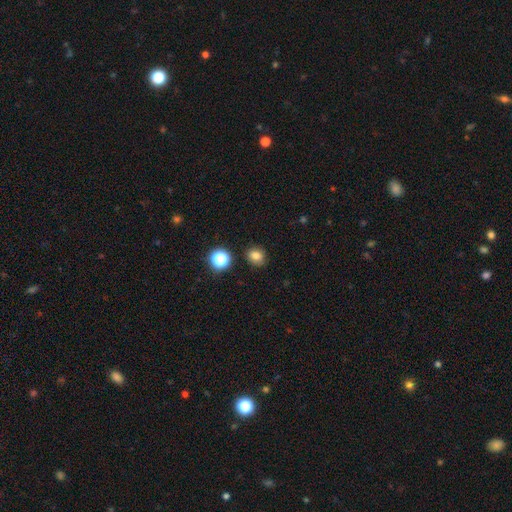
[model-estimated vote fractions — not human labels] A smooth galaxy with no disk features (78%) that is round (73%).

Vote fractions:
- Smooth or featured? smooth: 78% / star or artifact: 15% / featured or disk: 7%
- How rounded? round: 73% / in between: 26% / cigar-shaped: 1%
- Merging? none: 86% / minor disturbance: 9% / merger: 3% / major disturbance: 2%